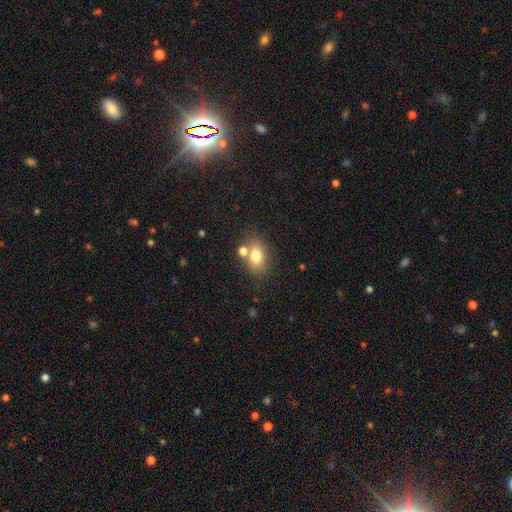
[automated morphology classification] smooth 76%, featured or disk 13%, star or artifact 11%. Down the decision tree: how rounded — in between (73%); merging — none (65%).